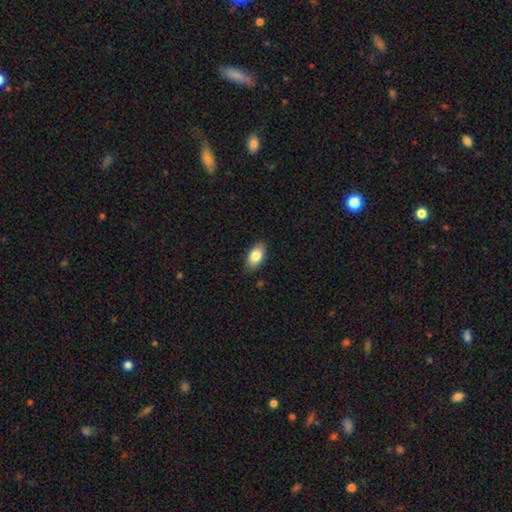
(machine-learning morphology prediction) Overall: smooth (83%). How rounded: in between (92%). Merging: none (88%).